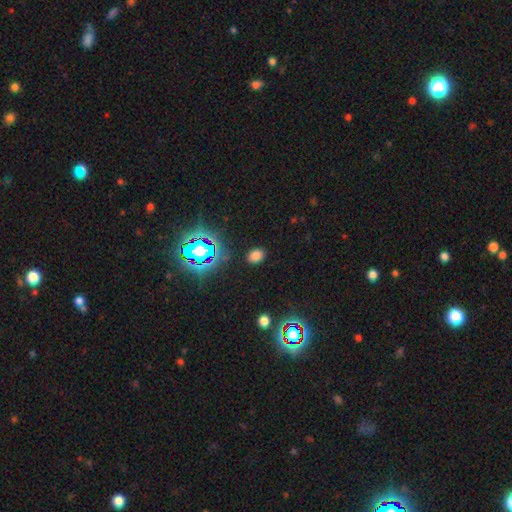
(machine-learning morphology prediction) smooth_or_featured: smooth (p=0.71) [alt: star or artifact p=0.23]
how_rounded: in between (p=0.68) [alt: round p=0.31]
merging: none (p=0.86) [alt: minor disturbance p=0.09]